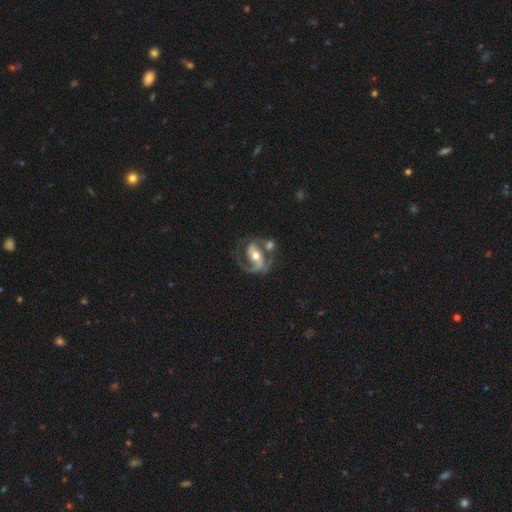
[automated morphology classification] The model was most divided on "bar": weak: 35%, strong: 33%, no: 33%. Remaining: edge-on disk — no (97%); spiral arms — yes (91%); smooth or featured — featured or disk (83%); bulge size — moderate (71%); spiral arm count — 2 (58%); spiral winding — medium (48%); merging — none (40%).